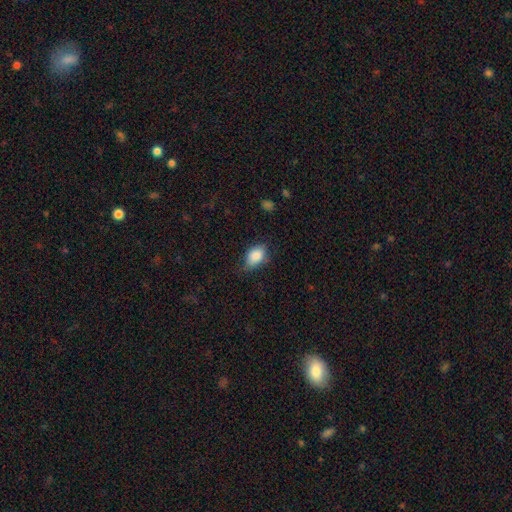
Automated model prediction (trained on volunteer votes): smooth-or-featured: smooth: 86% | star or artifact: 7% | featured or disk: 7%
  how-rounded: in between: 85% | round: 14% | cigar-shaped: 2%
  merging: none: 66% | minor disturbance: 26% | major disturbance: 7% | merger: 1%